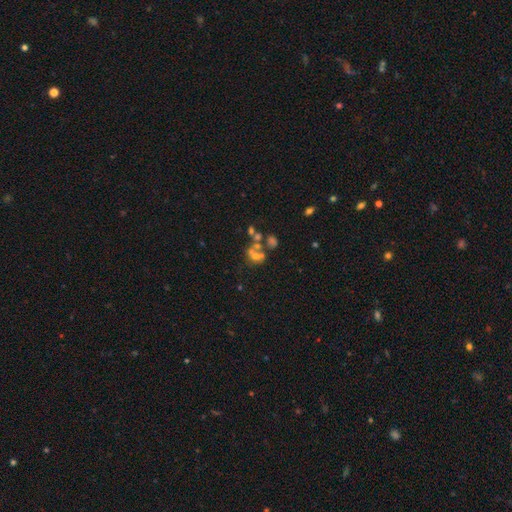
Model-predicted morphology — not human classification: Smooth or featured? Predicted: smooth (p=0.40, tied with featured or disk). Merging? Predicted: merger (p=0.48).